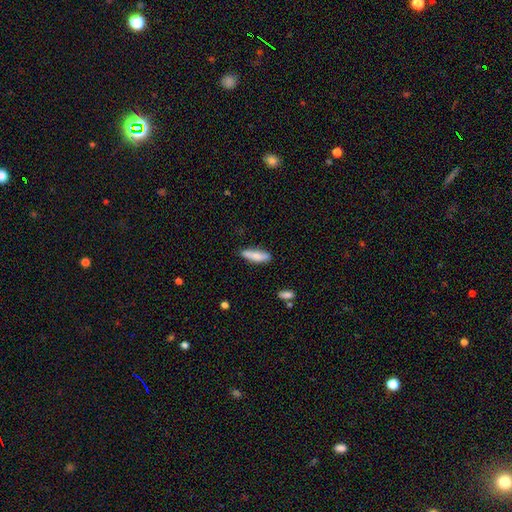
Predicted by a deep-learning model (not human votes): A smooth galaxy with no disk features (78%) that is cigar-shaped (61%). Merging: none (79%).